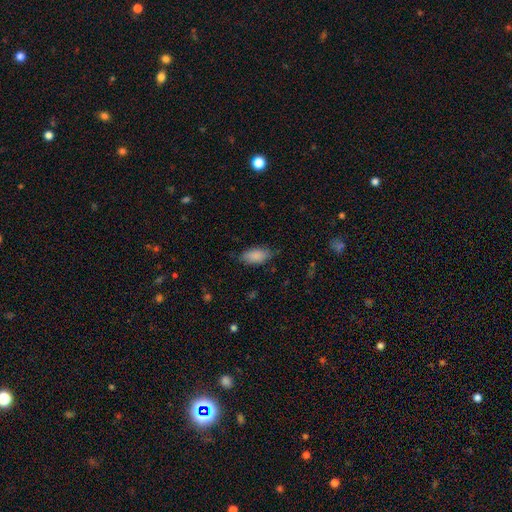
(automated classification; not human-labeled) Smooth or featured? Predicted: smooth (p=0.87). How rounded? Predicted: in between (p=0.91). Merging? Predicted: none (p=0.75).